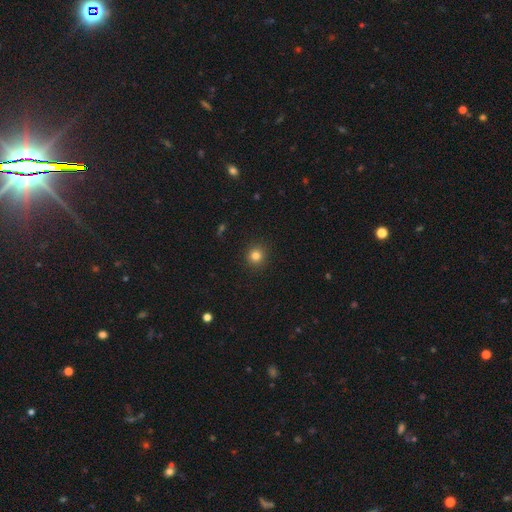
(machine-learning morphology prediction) Smooth or featured: smooth — 82% (star or artifact — 12%)
How rounded: round — 92% (in between — 7%)
Merging: none — 91% (minor disturbance — 6%)